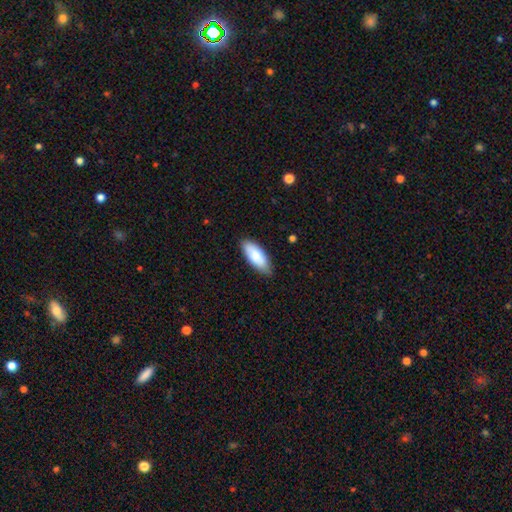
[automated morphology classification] smooth-or-featured: smooth: 82% | featured or disk: 13% | star or artifact: 6%
  how-rounded: in between: 81% | cigar-shaped: 17% | round: 2%
  merging: none: 82% | minor disturbance: 15% | major disturbance: 2% | merger: 1%